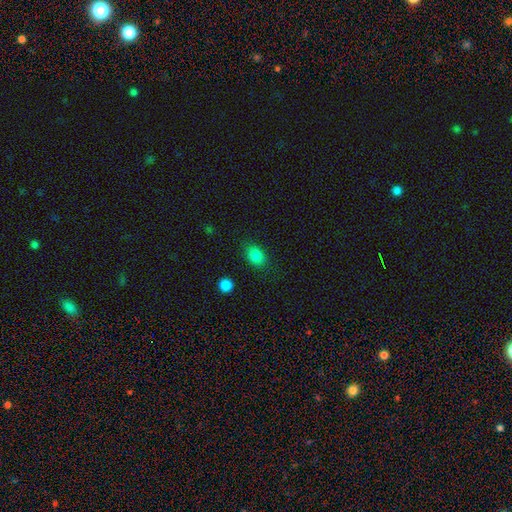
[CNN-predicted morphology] smooth_or_featured: smooth (p=0.85) [alt: star or artifact p=0.10]
how_rounded: in between (p=0.66) [alt: round p=0.33]
merging: none (p=0.83) [alt: minor disturbance p=0.12]